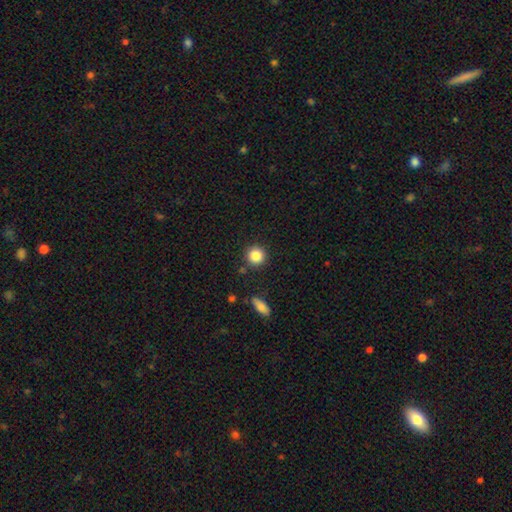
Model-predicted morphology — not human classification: smooth-or-featured: smooth: 85% | star or artifact: 10% | featured or disk: 5%
  how-rounded: round: 92% | in between: 7% | cigar-shaped: 1%
  merging: none: 87% | minor disturbance: 7% | merger: 3% | major disturbance: 2%